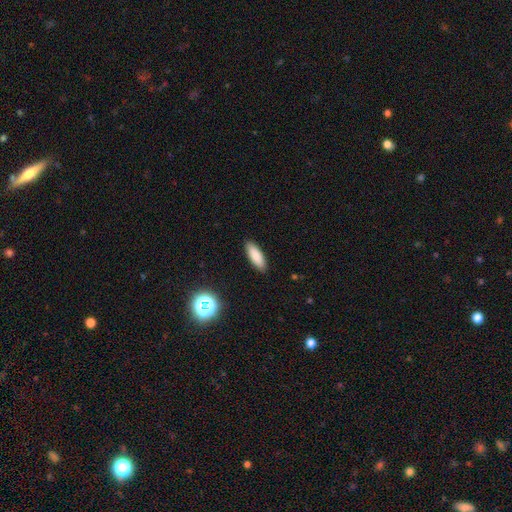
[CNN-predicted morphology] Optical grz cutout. It shows a smooth galaxy with no disk features (85%) that is in between round and cigar-shaped (61%). Merging: none (90%).